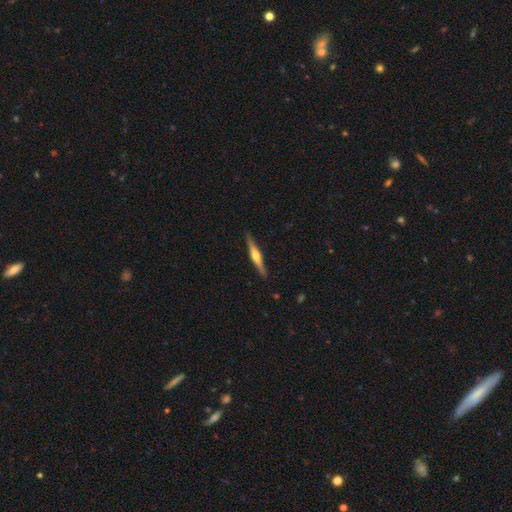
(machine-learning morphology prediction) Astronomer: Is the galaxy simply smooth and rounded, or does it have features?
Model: featured or disk — 67%.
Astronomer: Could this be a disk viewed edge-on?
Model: yes — 97%.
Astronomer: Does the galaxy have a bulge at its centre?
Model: rounded — 89%.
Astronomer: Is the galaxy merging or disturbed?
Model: none — 89%.